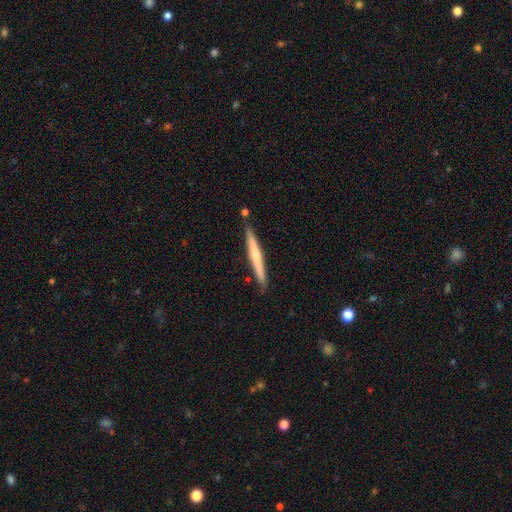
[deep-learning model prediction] Morphology: type=featured or disk (50%); merging=none (87%).